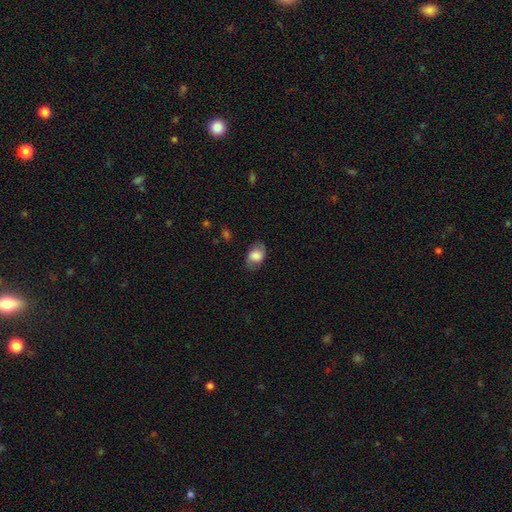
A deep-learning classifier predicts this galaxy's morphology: Smooth or featured?
  - smooth: 65% *
  - featured or disk: 27%
  - star or artifact: 8%
How rounded?
  - in between: 80% *
  - round: 19%
  - cigar-shaped: 1%
Merging?
  - none: 75% *
  - minor disturbance: 18%
  - major disturbance: 6%
  - merger: 1%